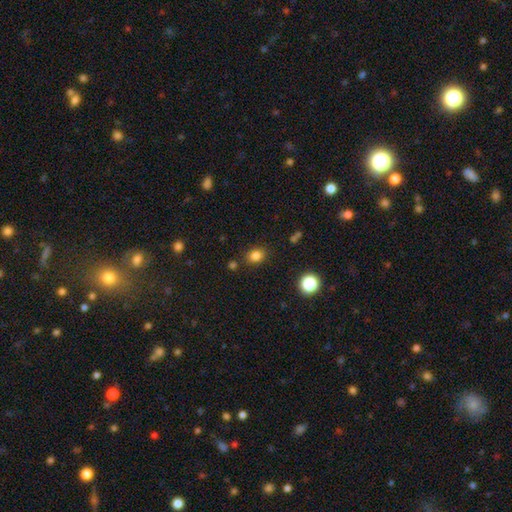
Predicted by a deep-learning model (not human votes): This is clearly a smooth galaxy (82%). How rounded: possibly round (53%). Merging: clearly none (83%).